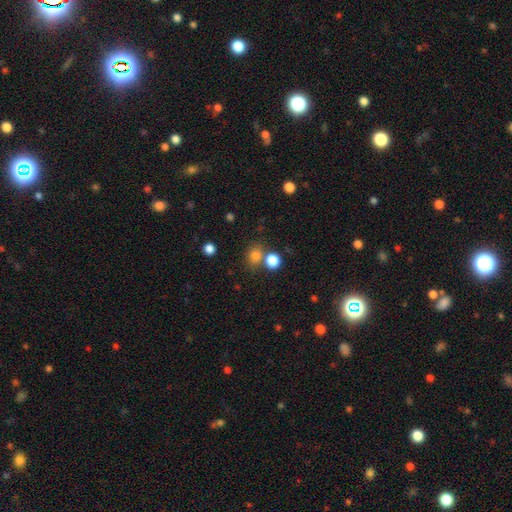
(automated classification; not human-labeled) The model was most divided on "merging": none: 66%, merger: 22%, minor disturbance: 9%, major disturbance: 4%. More confident: smooth or featured — smooth (78%); how rounded — round (74%).